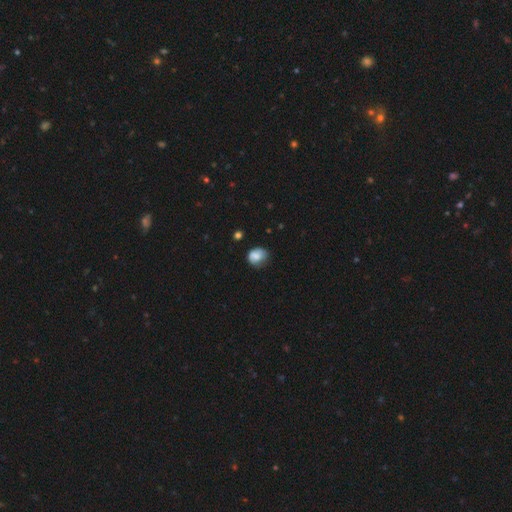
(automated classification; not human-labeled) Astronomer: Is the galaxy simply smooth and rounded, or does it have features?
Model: smooth — 75%.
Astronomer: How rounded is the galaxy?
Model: round — 56% (runner-up: in between, 43%).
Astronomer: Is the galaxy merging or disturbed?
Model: none — 50% (runner-up: minor disturbance, 34%).